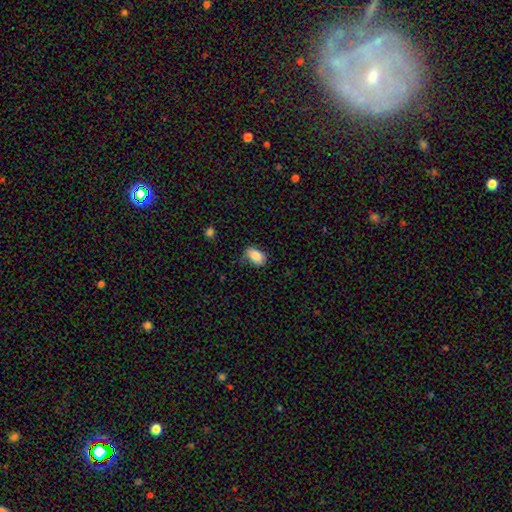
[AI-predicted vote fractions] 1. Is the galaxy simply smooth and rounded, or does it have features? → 87% smooth, 8% star or artifact, 5% featured or disk.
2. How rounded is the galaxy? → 88% in between, 11% round, 1% cigar-shaped.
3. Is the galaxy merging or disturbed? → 65% none, 27% minor disturbance, 6% major disturbance, 2% merger.